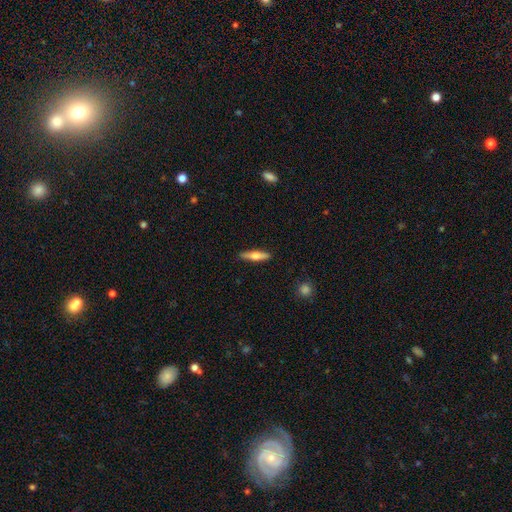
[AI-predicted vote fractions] Q: Smooth or featured?
A: smooth (52%); runner-up: featured or disk (42%)
Q: How rounded?
A: cigar-shaped (78%); runner-up: in between (20%)
Q: Merging?
A: none (89%); runner-up: minor disturbance (8%)